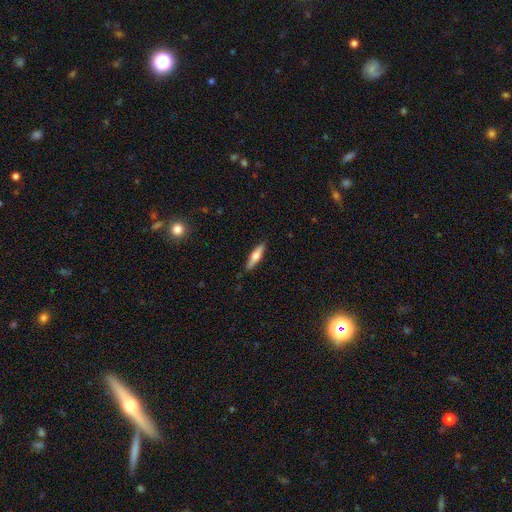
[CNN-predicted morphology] Q: Smooth or featured?
A: smooth (52%); runner-up: featured or disk (42%)
Q: How rounded?
A: cigar-shaped (77%); runner-up: in between (21%)
Q: Merging?
A: none (87%); runner-up: minor disturbance (10%)